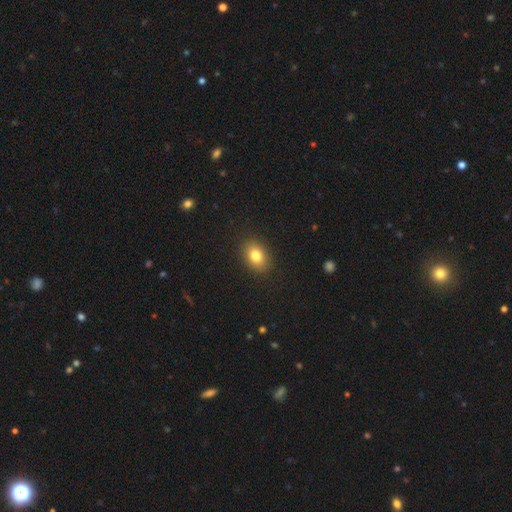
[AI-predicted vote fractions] Overall: smooth (81%). How rounded: in between (71%). Merging: none (89%).